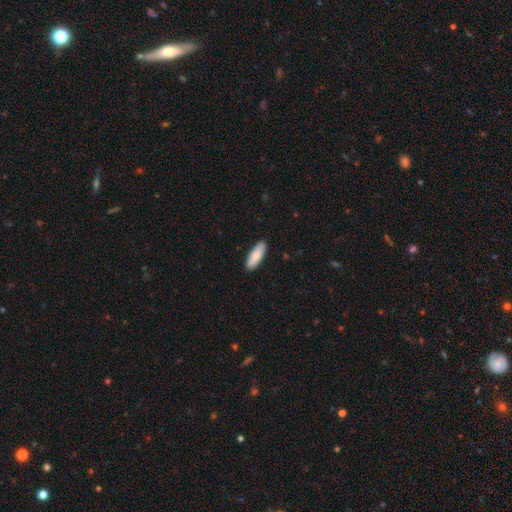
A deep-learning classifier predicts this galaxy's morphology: Q: Smooth or featured?
A: smooth (84%); runner-up: featured or disk (11%)
Q: How rounded?
A: in between (58%); runner-up: cigar-shaped (41%)
Q: Merging?
A: none (90%); runner-up: minor disturbance (7%)